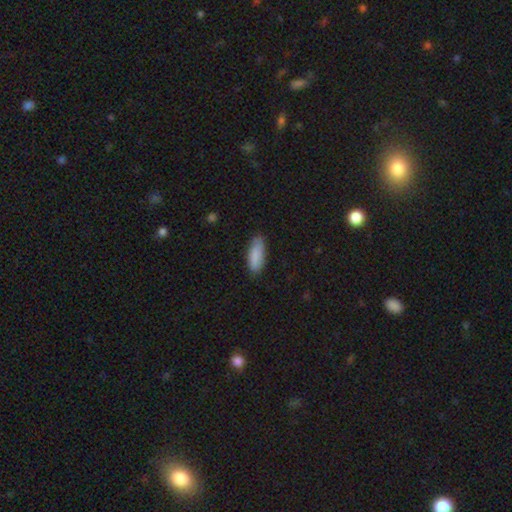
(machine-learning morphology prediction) smooth 88%, featured or disk 7%, star or artifact 6%. Down the decision tree: how rounded — in between (66%); merging — none (82%).